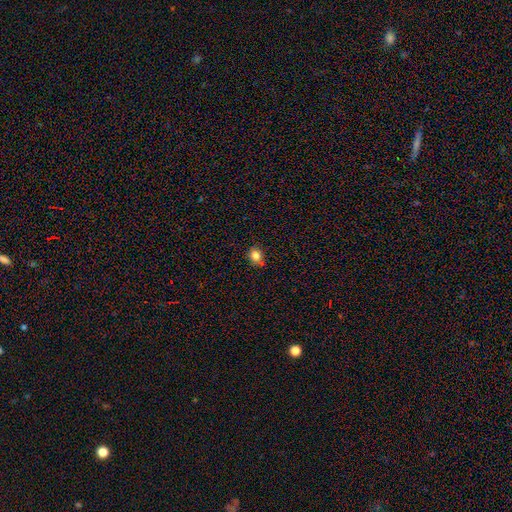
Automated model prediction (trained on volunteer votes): Smooth or featured? smooth (82%)
How rounded? round (68%)
Merging? none (81%)